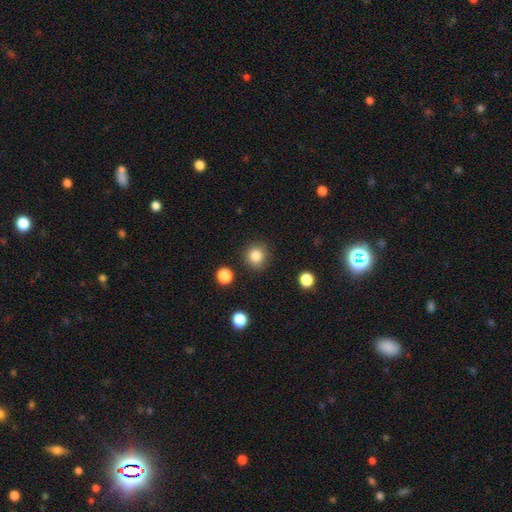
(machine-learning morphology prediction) This appears to be a smooth galaxy with no disk features (84%) that is round (91%). Merging: none (88%).